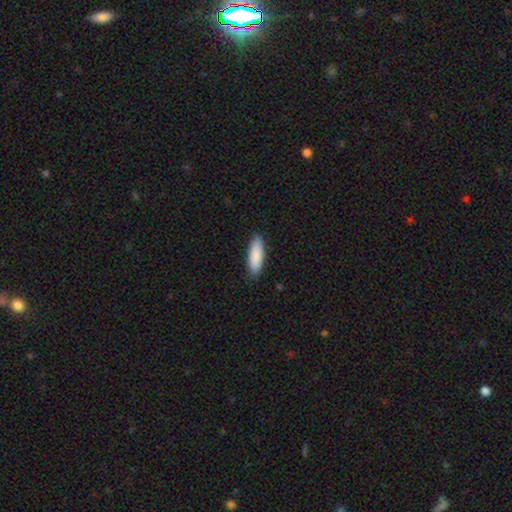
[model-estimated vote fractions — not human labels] smooth 88%, featured or disk 6%, star or artifact 5%. Down the decision tree: how rounded — in between (52%); merging — none (89%).